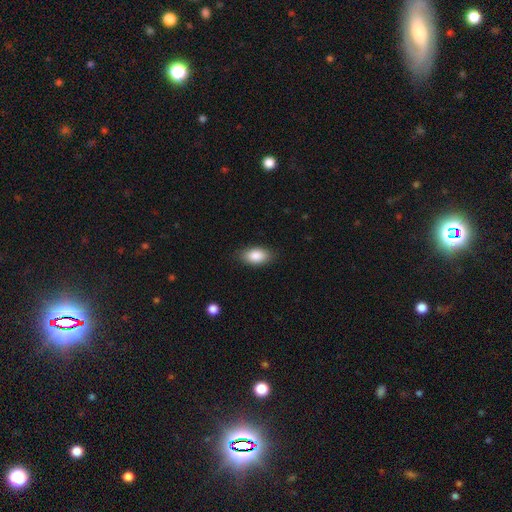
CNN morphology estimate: smooth-or-featured: smooth: 87% | star or artifact: 7% | featured or disk: 6%
  how-rounded: in between: 92% | round: 5% | cigar-shaped: 3%
  merging: none: 86% | minor disturbance: 11% | major disturbance: 2% | merger: 1%